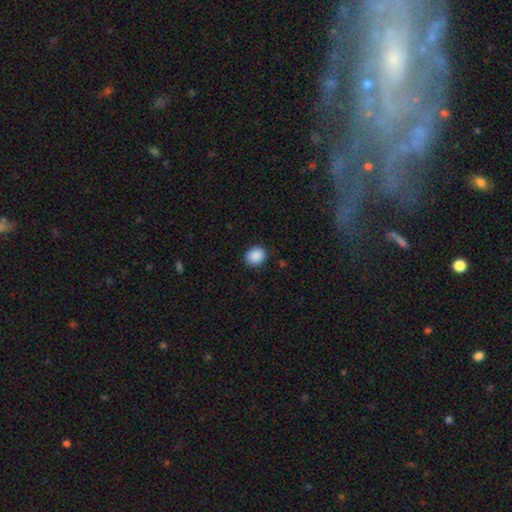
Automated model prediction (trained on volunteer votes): smooth 89%, star or artifact 8%, featured or disk 3%. Down the decision tree: how rounded — round (70%); merging — none (87%).